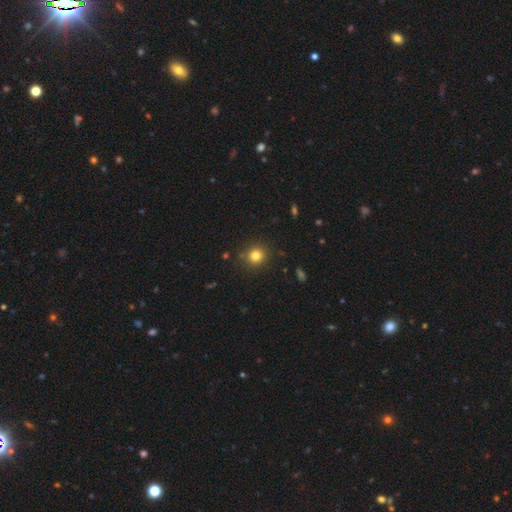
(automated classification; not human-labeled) Morphology: type=smooth (80%); roundness=round (88%); merging=none (88%).